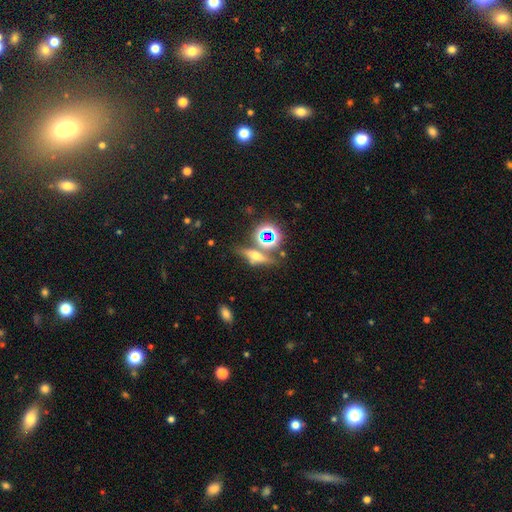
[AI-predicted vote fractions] The model was most divided on "smooth or featured": featured or disk: 37%, smooth: 35%, star or artifact: 28%. More confident: merging — none (63%).